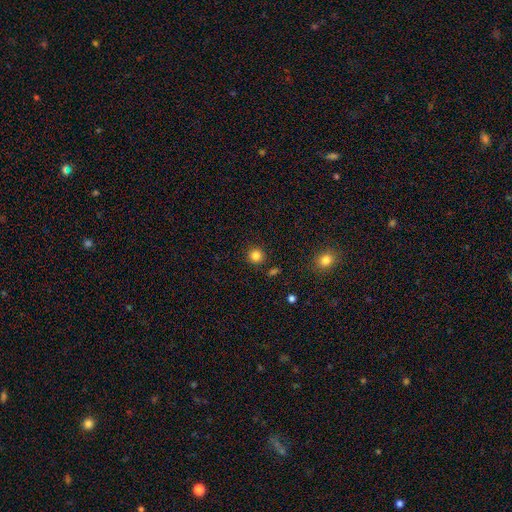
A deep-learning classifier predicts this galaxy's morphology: Smooth or featured: smooth — 84% (star or artifact — 12%)
How rounded: round — 94% (in between — 5%)
Merging: none — 89% (minor disturbance — 6%)